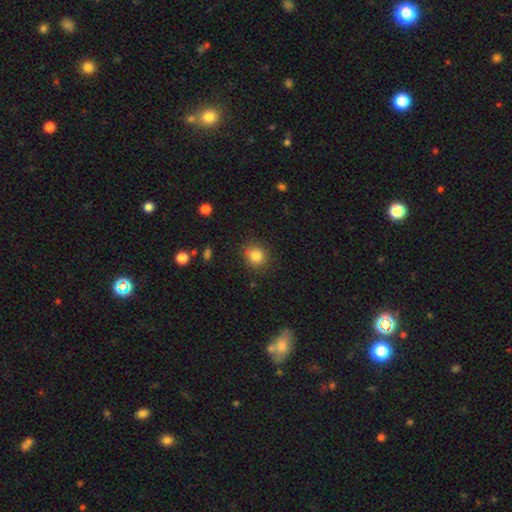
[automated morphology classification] smooth 83%, star or artifact 11%, featured or disk 6%. Down the decision tree: how rounded — round (81%); merging — none (84%).